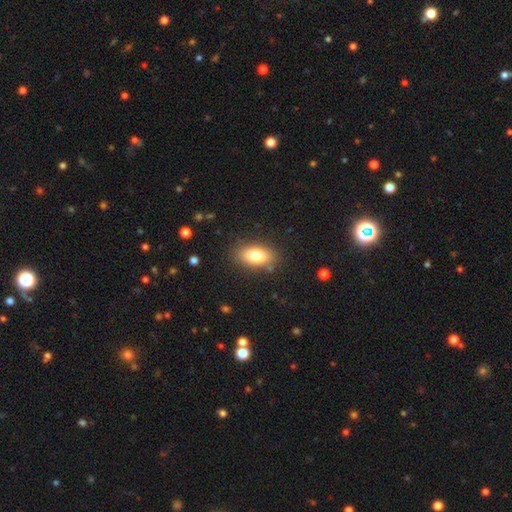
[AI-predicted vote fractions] Smooth or featured?
  - smooth: 81% *
  - featured or disk: 12%
  - star or artifact: 8%
How rounded?
  - in between: 89% *
  - round: 6%
  - cigar-shaped: 5%
Merging?
  - none: 85% *
  - minor disturbance: 10%
  - major disturbance: 3%
  - merger: 1%